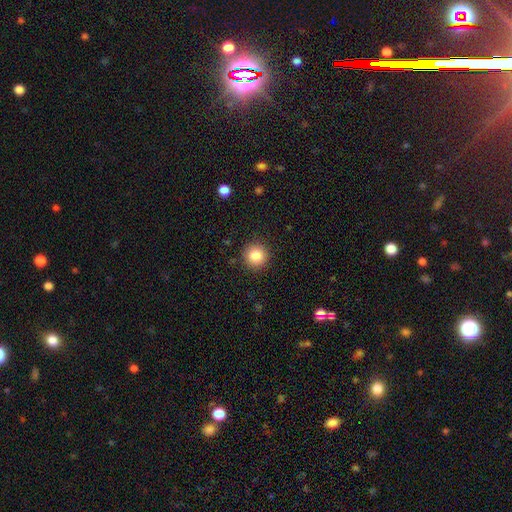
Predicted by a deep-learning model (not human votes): Smooth or featured? Predicted: smooth (p=0.85). How rounded? Predicted: round (p=0.94). Merging? Predicted: none (p=0.91).